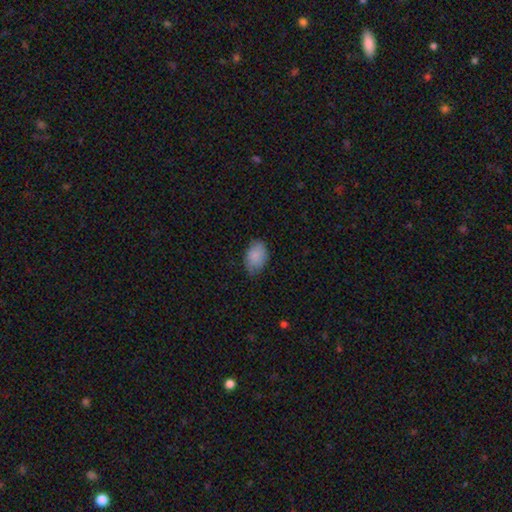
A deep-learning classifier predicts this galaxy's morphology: Q: Smooth or featured?
A: smooth (87%); runner-up: star or artifact (7%)
Q: How rounded?
A: in between (89%); runner-up: round (10%)
Q: Merging?
A: none (73%); runner-up: minor disturbance (22%)